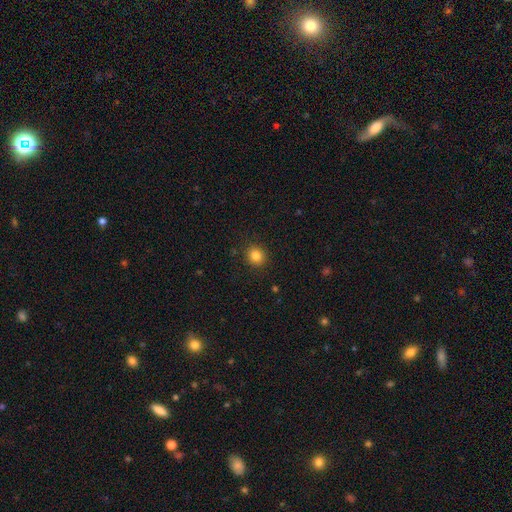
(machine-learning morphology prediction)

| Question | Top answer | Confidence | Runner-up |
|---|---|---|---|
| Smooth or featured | smooth | 84% | star or artifact (12%) |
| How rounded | round | 87% | in between (12%) |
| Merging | none | 91% | minor disturbance (6%) |